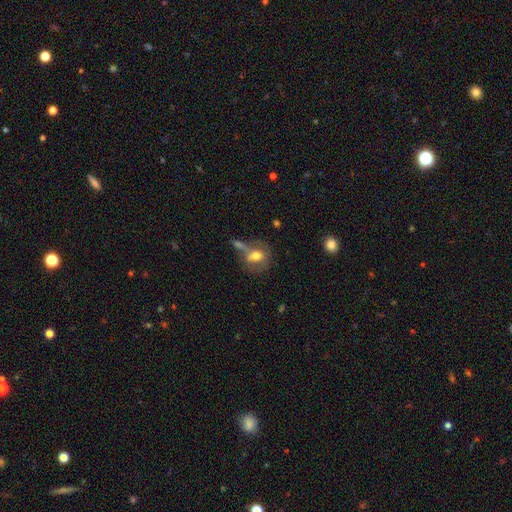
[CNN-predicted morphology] A smooth galaxy with no disk features (60%) that is round (59%). Merging: none (43%).